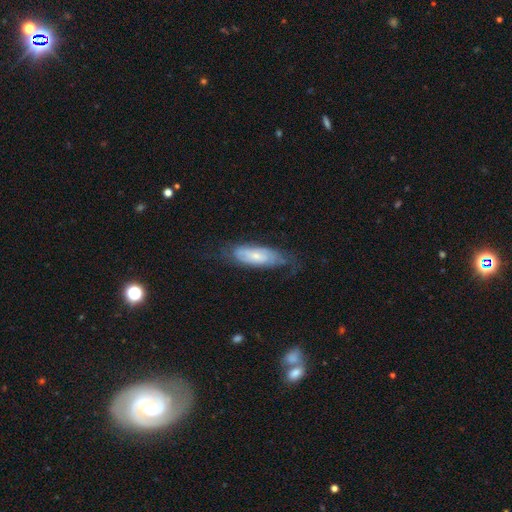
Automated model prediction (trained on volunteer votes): smooth_or_featured: featured or disk (p=0.52) [alt: smooth p=0.41]
disk_edge_on: no (p=0.77) [alt: yes p=0.23]
merging: none (p=0.59) [alt: minor disturbance p=0.27]